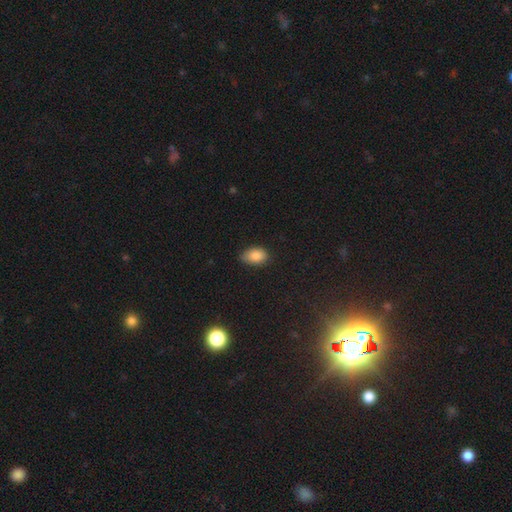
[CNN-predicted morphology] Smooth or featured: smooth — 85% (star or artifact — 9%)
How rounded: in between — 85% (round — 13%)
Merging: none — 65% (minor disturbance — 29%)